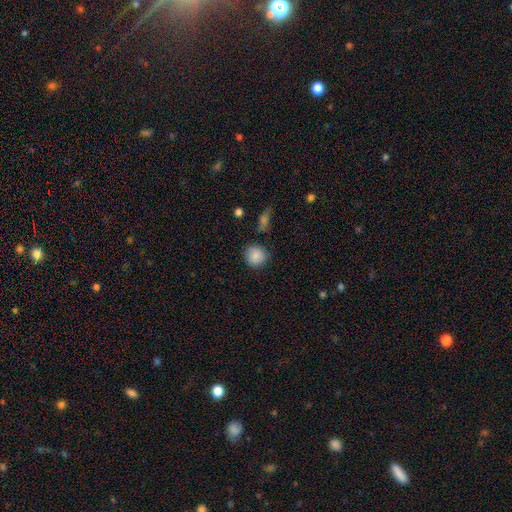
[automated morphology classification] smooth-or-featured: smooth: 87% | star or artifact: 8% | featured or disk: 5%
  how-rounded: round: 89% | in between: 10% | cigar-shaped: 1%
  merging: none: 83% | minor disturbance: 12% | major disturbance: 3% | merger: 3%